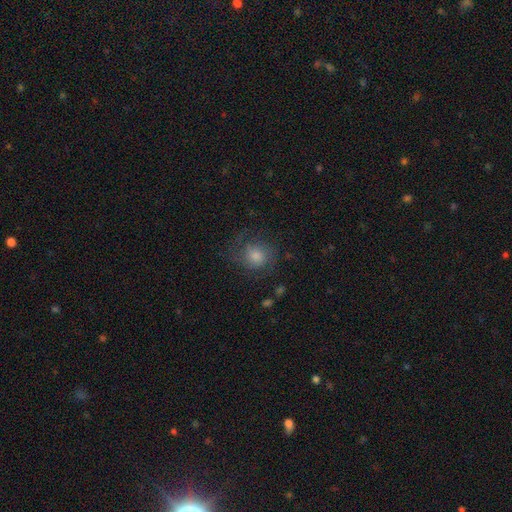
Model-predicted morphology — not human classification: This appears to be a featured or disk galaxy (44%). Merging: none (67%).